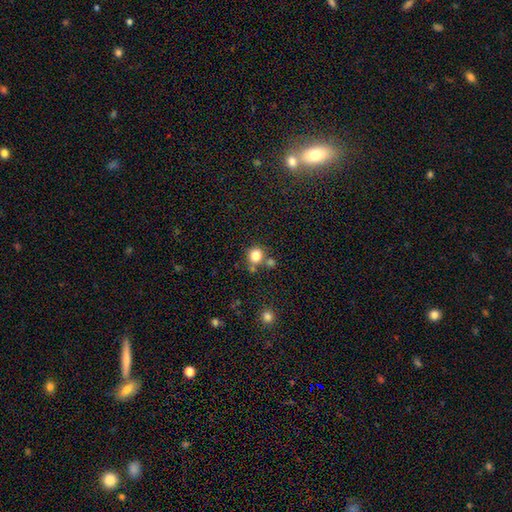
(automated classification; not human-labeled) This appears to be a smooth galaxy with no disk features (82%) that is round (88%). Merging: none (66%).